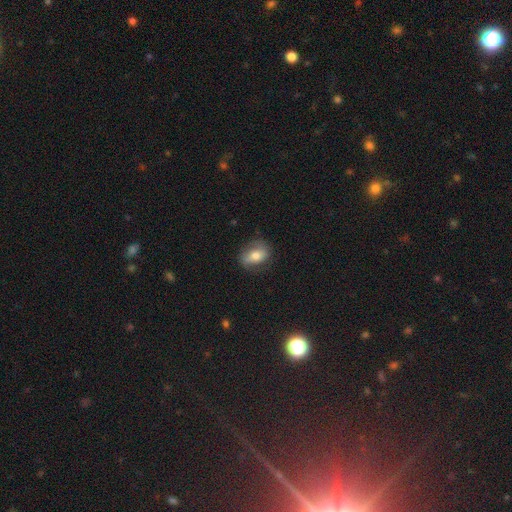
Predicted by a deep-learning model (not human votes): The model was most divided on "smooth or featured": smooth: 62%, featured or disk: 29%, star or artifact: 8%. More confident: merging — none (72%); how rounded — in between (70%).